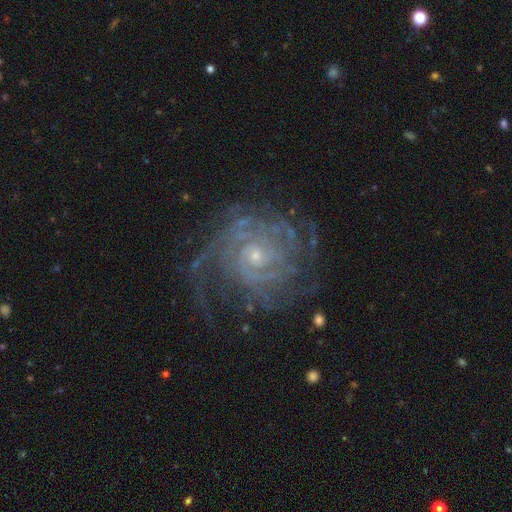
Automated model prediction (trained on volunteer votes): A featured or disk galaxy (88%) with no bar (72%), tight (72%) spiral arms (96%) and a small central bulge (76%). Merging: none (70%).